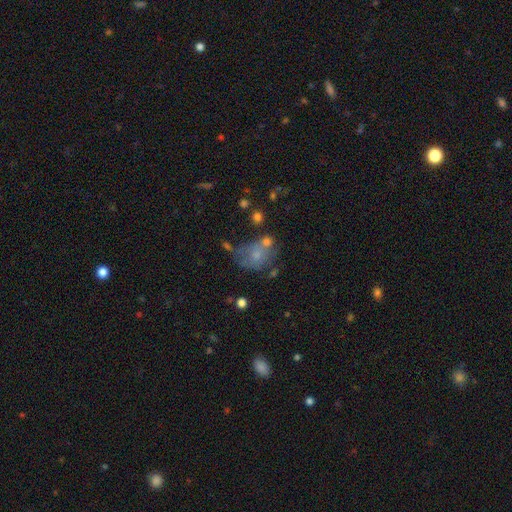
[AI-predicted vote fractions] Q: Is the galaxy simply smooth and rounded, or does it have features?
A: smooth — 58%.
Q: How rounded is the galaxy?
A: in between — 56%.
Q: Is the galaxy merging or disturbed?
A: none — 30%.